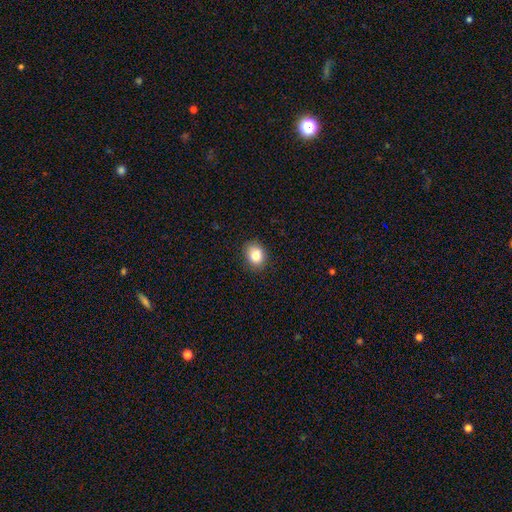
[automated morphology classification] Smooth or featured: smooth — 84% (star or artifact — 9%)
How rounded: in between — 53% (round — 46%)
Merging: none — 87% (minor disturbance — 10%)